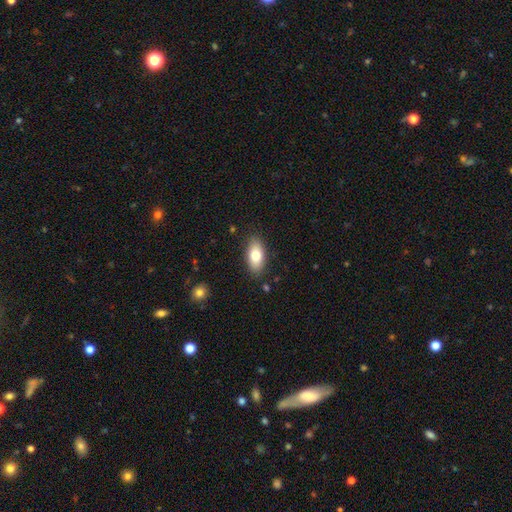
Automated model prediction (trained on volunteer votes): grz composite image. It shows a smooth galaxy with no disk features (76%) that is in between round and cigar-shaped (89%). Merging: none (86%).